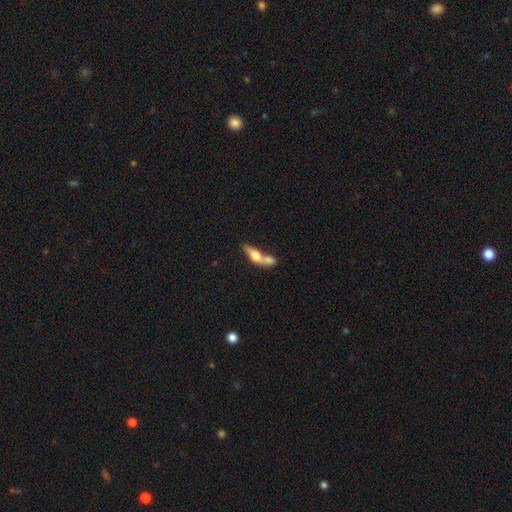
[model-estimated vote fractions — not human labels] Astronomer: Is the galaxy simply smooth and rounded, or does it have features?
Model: smooth — 50% (runner-up: featured or disk, 43%).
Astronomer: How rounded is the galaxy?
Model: in between — 49% (runner-up: cigar-shaped, 44%).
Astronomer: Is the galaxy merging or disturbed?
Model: merger — 59%.